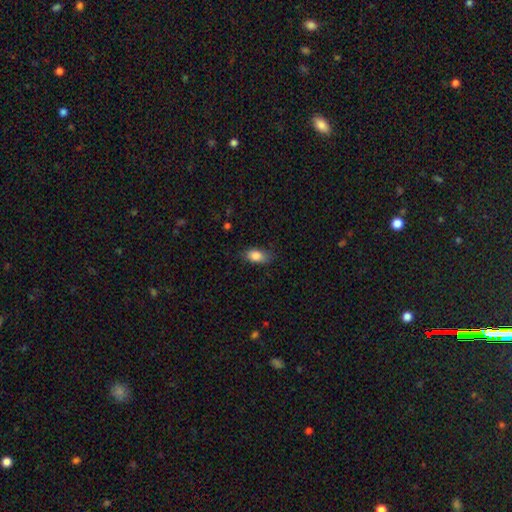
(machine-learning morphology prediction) type=smooth (85%); roundness=in between (86%); merging=none (76%).